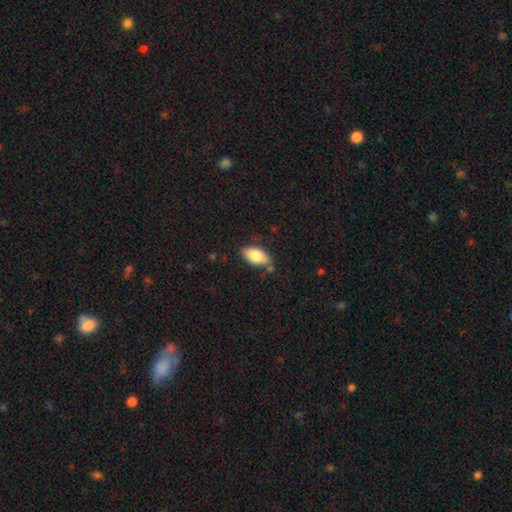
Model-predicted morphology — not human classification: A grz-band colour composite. It shows a smooth galaxy with no disk features (80%) that is in between round and cigar-shaped (93%). Merging: none (77%).